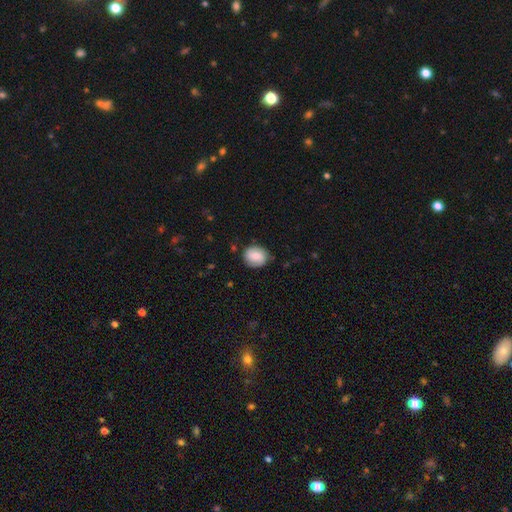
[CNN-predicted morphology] Smooth or featured? Predicted: smooth (p=0.64). How rounded? Predicted: round (p=0.73). Merging? Predicted: none (p=0.80).